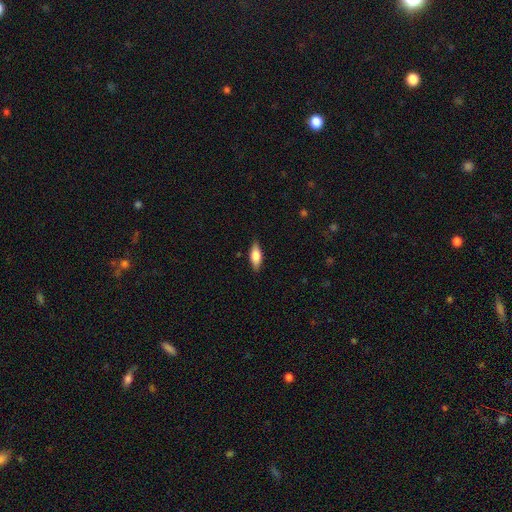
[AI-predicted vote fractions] smooth_or_featured: smooth (p=0.69) [alt: featured or disk p=0.25]
how_rounded: in between (p=0.73) [alt: cigar-shaped p=0.24]
merging: none (p=0.86) [alt: minor disturbance p=0.11]